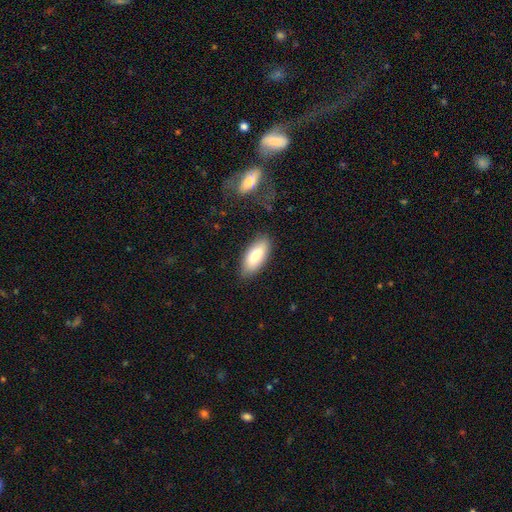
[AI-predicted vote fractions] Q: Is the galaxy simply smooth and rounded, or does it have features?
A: smooth — 80%.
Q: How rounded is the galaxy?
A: in between — 83%.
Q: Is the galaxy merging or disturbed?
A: none — 84%.